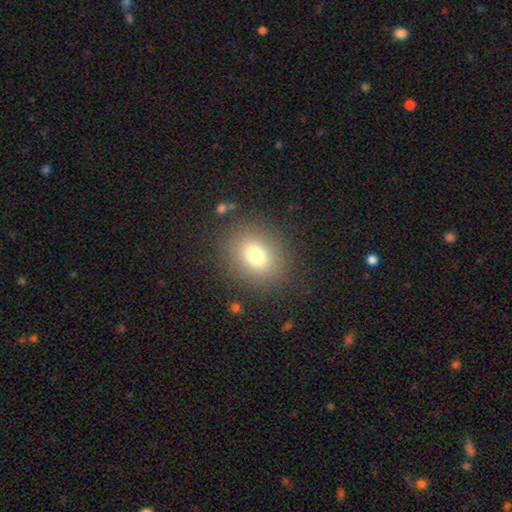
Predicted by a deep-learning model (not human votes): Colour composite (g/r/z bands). It shows a smooth galaxy with no disk features (74%) that is round (66%). Merging: none (85%).